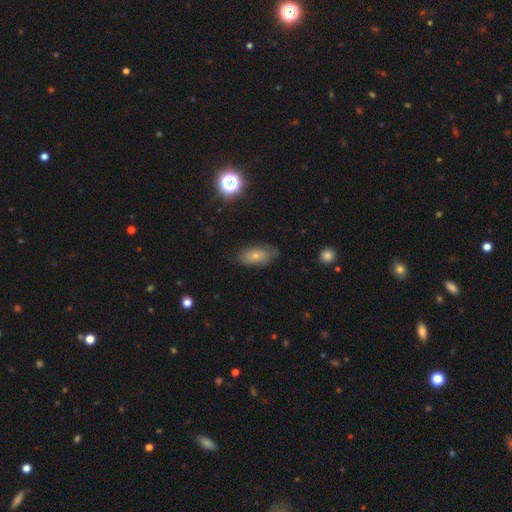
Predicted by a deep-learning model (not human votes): smooth 61%, featured or disk 29%, star or artifact 10%. Down the decision tree: how rounded — in between (90%); merging — none (71%).